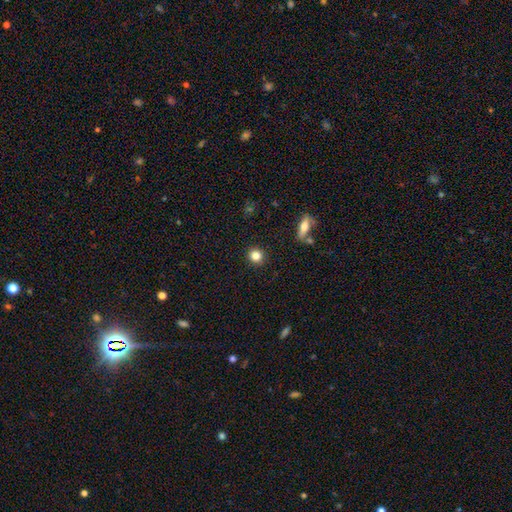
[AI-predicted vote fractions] Smooth or featured: smooth — 83% (star or artifact — 10%)
How rounded: round — 91% (in between — 8%)
Merging: none — 92% (minor disturbance — 5%)